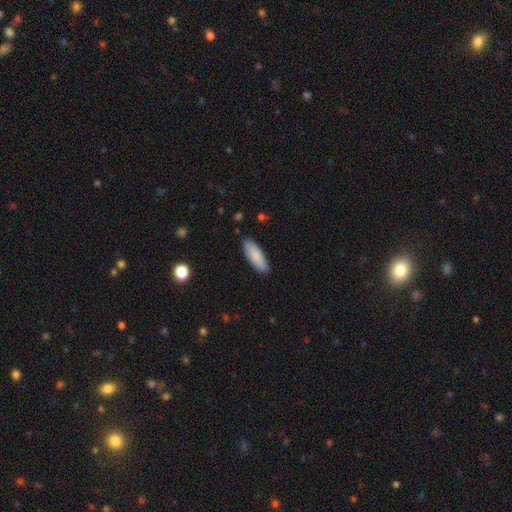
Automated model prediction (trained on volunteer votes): This appears to be a smooth galaxy with no disk features (86%) that is in between round and cigar-shaped (60%). Merging: none (88%).